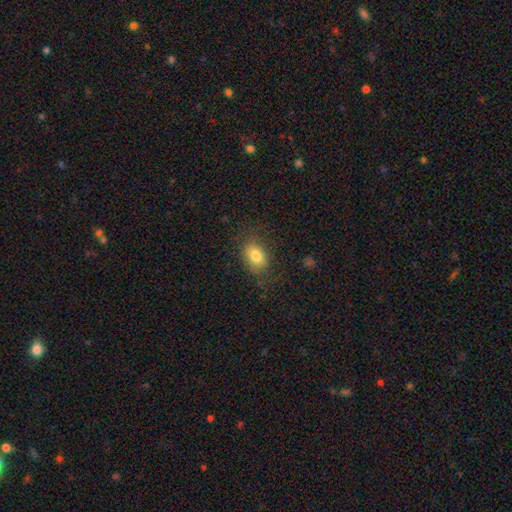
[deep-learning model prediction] Smooth or featured? smooth (79%)
How rounded? in between (78%)
Merging? none (76%)